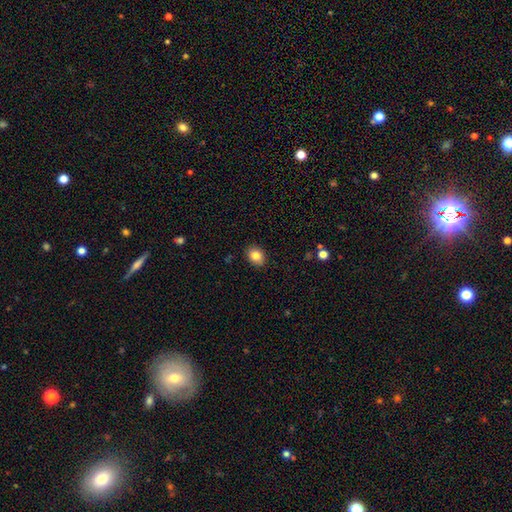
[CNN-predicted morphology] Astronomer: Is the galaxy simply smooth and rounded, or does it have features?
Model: smooth — 84%.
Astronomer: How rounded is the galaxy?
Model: in between — 54% (runner-up: round, 45%).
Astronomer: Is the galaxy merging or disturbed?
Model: none — 89%.